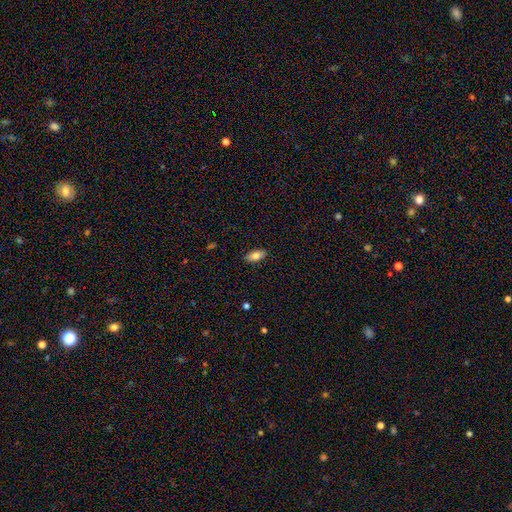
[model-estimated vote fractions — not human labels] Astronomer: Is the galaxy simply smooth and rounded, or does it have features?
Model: smooth — 80%.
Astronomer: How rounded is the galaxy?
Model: in between — 90%.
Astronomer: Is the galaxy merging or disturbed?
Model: none — 87%.